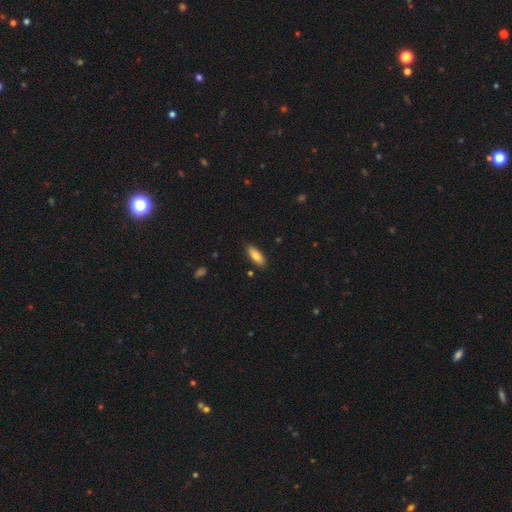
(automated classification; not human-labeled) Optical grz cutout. It shows a smooth galaxy with no disk features (80%) that is in between round and cigar-shaped (74%). Merging: none (87%).